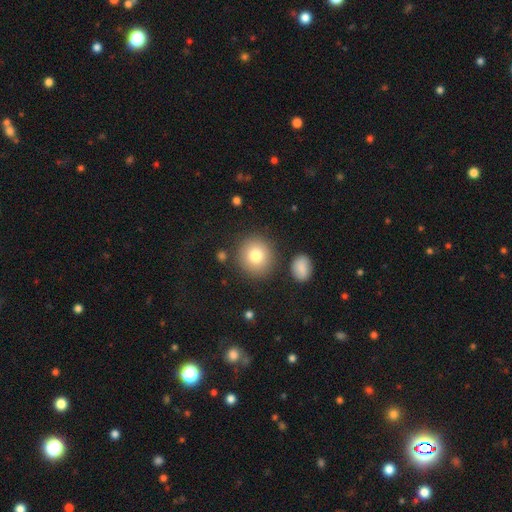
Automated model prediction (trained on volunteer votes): smooth_or_featured: smooth (p=0.80) [alt: featured or disk p=0.10]
how_rounded: round (p=0.90) [alt: in between p=0.09]
merging: none (p=0.84) [alt: minor disturbance p=0.08]